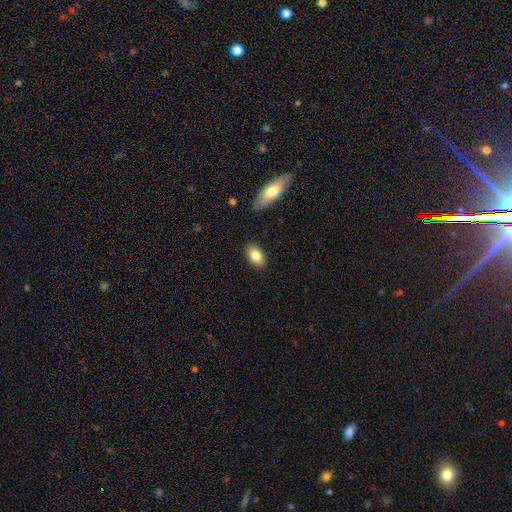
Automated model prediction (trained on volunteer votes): Smooth or featured? Predicted: smooth (p=0.84). How rounded? Predicted: in between (p=0.88). Merging? Predicted: none (p=0.86).